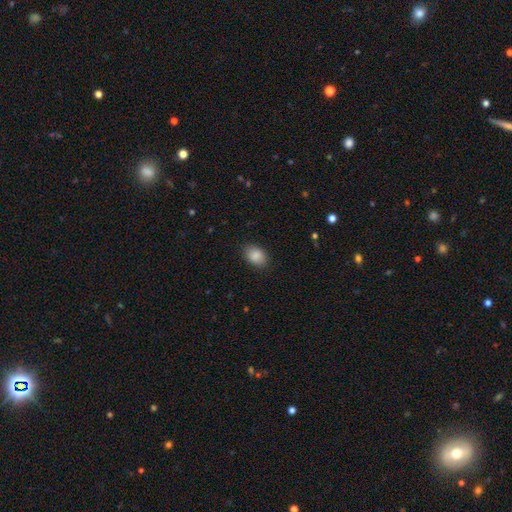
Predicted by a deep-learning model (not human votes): The model was most divided on "how rounded": in between: 80%, round: 19%, cigar-shaped: 1%. More confident: smooth or featured — smooth (88%); merging — none (86%).